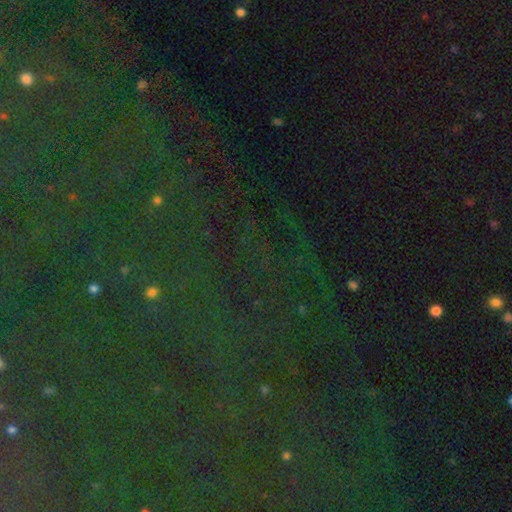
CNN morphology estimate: The model was most divided on "smooth or featured": star or artifact: 81%, smooth: 10%, featured or disk: 8%.